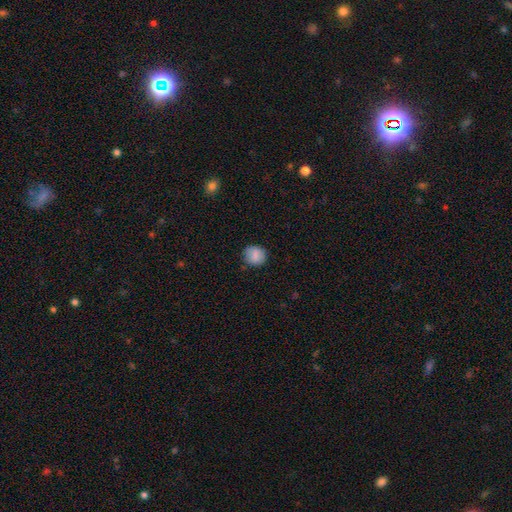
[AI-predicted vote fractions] Smooth or featured? Predicted: smooth (p=0.83). How rounded? Predicted: round (p=0.80). Merging? Predicted: none (p=0.81).